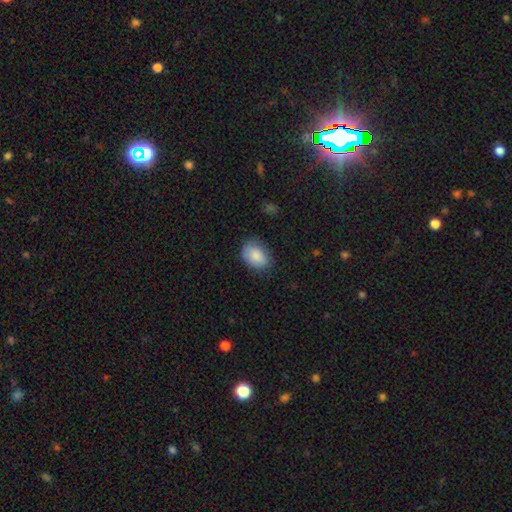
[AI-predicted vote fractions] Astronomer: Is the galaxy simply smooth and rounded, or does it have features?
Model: smooth — 86%.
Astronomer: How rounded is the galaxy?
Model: in between — 80%.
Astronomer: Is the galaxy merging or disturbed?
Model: none — 75%.